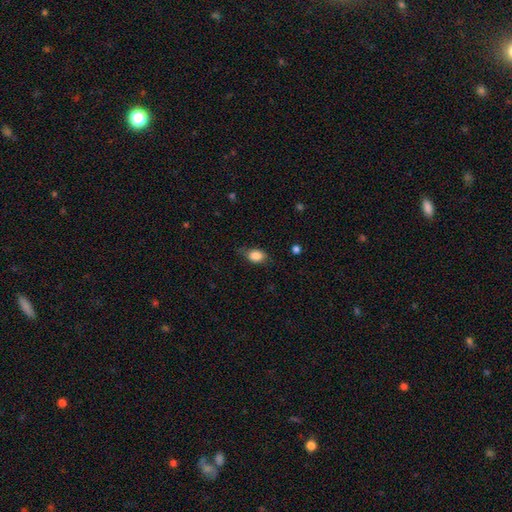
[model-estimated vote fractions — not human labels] smooth 84%, star or artifact 8%, featured or disk 7%. Down the decision tree: how rounded — in between (74%); merging — none (66%).